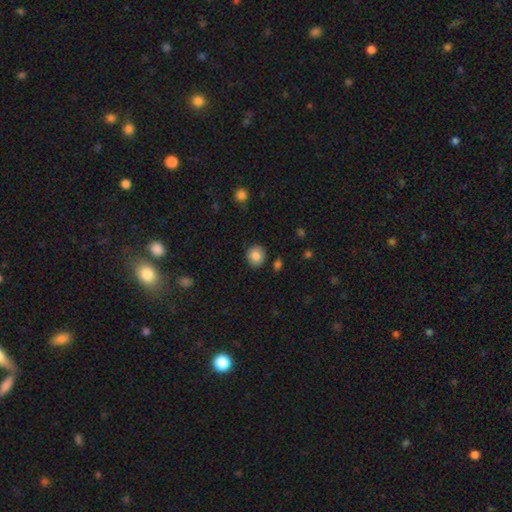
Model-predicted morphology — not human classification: The model was most divided on "how rounded": round: 86%, in between: 13%, cigar-shaped: 1%. More confident: merging — none (87%); smooth or featured — smooth (85%).